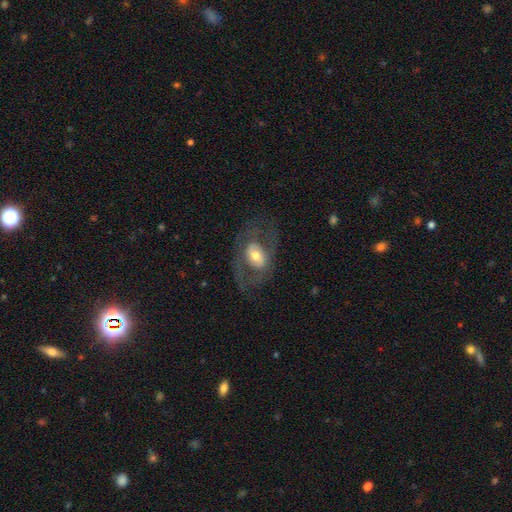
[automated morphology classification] This appears to be a featured or disk galaxy (56%) with no bar (62%), no spiral arms (57%) and a moderate central bulge (64%). Merging: none (61%).